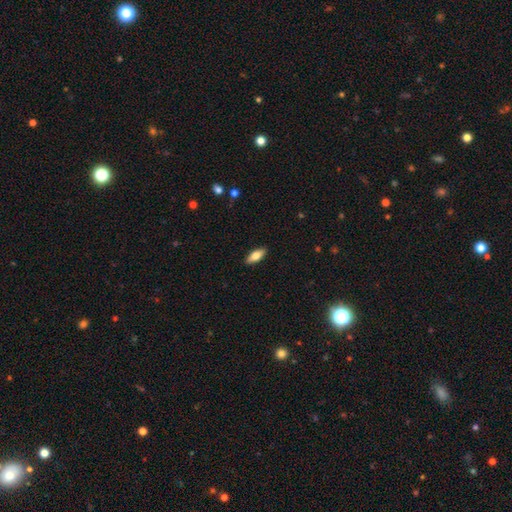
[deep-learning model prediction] smooth-or-featured: smooth: 71% | featured or disk: 23% | star or artifact: 6%
  how-rounded: in between: 74% | cigar-shaped: 24% | round: 2%
  merging: none: 90% | minor disturbance: 7% | major disturbance: 2% | merger: 1%